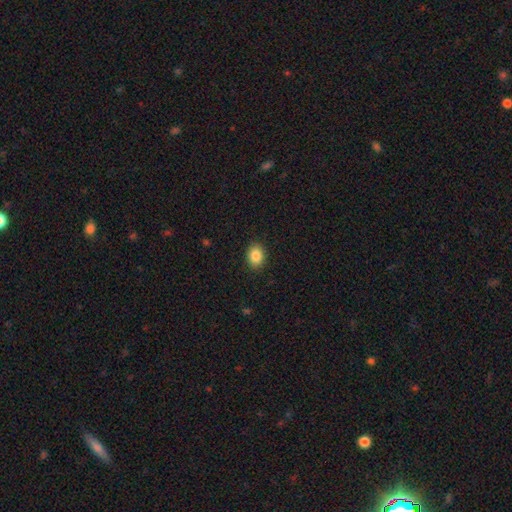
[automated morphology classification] type=smooth (86%); roundness=in between (67%); merging=none (89%).